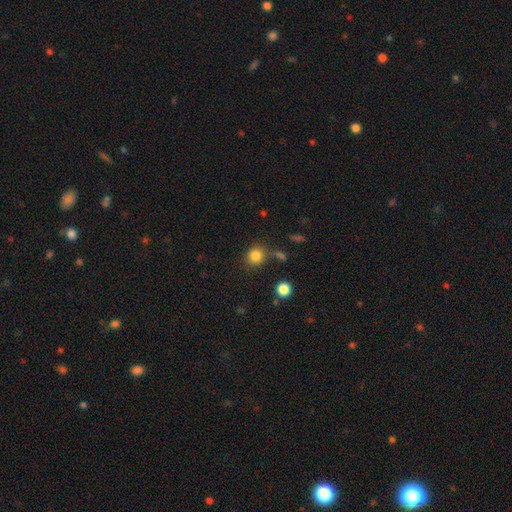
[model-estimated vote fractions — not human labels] Overall: smooth (83%). How rounded: round (81%). Merging: none (77%).